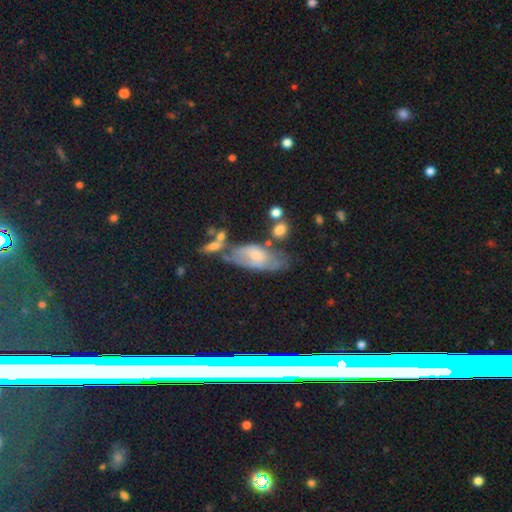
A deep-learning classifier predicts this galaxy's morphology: Smooth or featured: smooth — 48% (featured or disk — 43%)
Merging: none — 41% (minor disturbance — 27%)